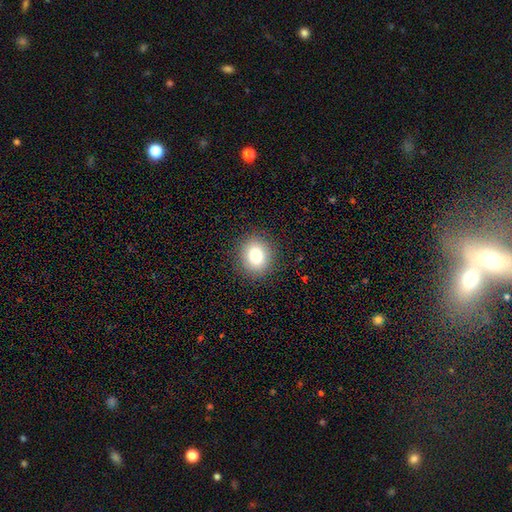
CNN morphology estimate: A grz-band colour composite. It shows a smooth galaxy with no disk features (81%) that is round (76%). Merging: none (89%).